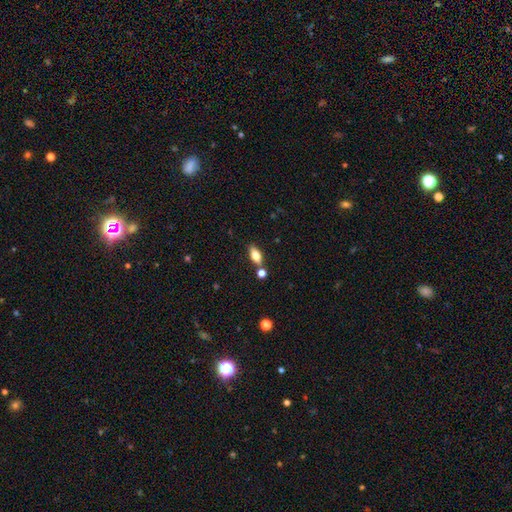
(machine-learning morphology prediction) Overall: smooth (75%). How rounded: in between (84%). Merging: none (74%).